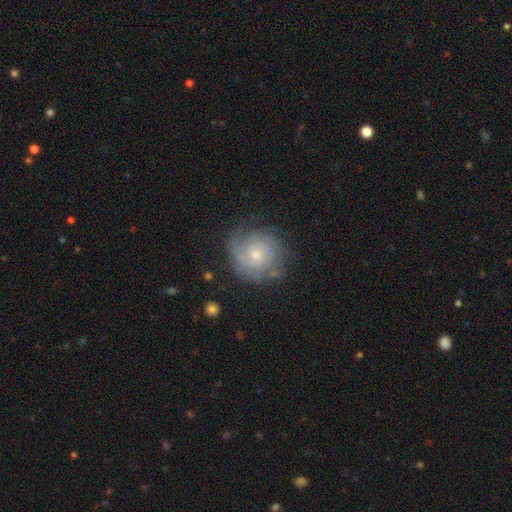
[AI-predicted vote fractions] smooth-or-featured: featured or disk: 65% | smooth: 26% | star or artifact: 9%
  disk-edge-on: no: 97% | yes: 3%
    bar: no: 80% | weak: 18% | strong: 2%
    has-spiral-arms: yes: 87% | no: 13%
      spiral-winding: tight: 62% | medium: 27% | loose: 11%
      spiral-arm-count: can't tell: 47% | 2: 20% | 3: 15% | 1: 8% | 4: 6% | more than 4: 5%
    bulge-size: small: 63% | moderate: 33% | none: 2% | large: 2% | dominant: 1%
  merging: none: 70% | minor disturbance: 19% | major disturbance: 9% | merger: 2%